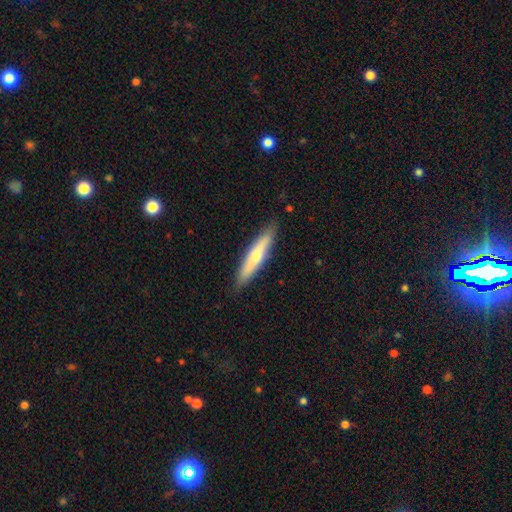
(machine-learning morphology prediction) A smooth galaxy with no disk features (47%). Merging: none (89%).